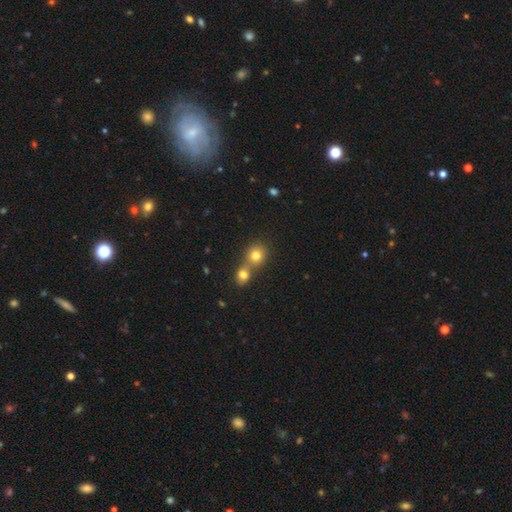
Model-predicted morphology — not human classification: type=smooth (79%); roundness=round (79%); merging=merger (54%).